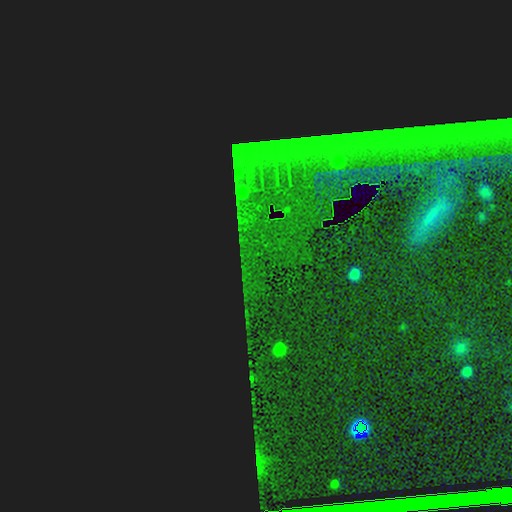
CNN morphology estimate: smooth-or-featured: star or artifact: 82% | featured or disk: 9% | smooth: 9%